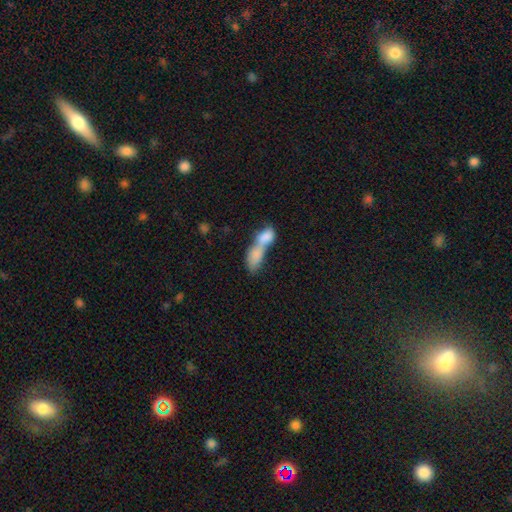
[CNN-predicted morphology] A smooth galaxy with no disk features (75%) that is in between round and cigar-shaped (74%).

Vote fractions:
- Smooth or featured? smooth: 75% / featured or disk: 18% / star or artifact: 8%
- How rounded? in between: 74% / cigar-shaped: 17% / round: 9%
- Merging? merger: 81% / none: 9% / major disturbance: 5% / minor disturbance: 5%